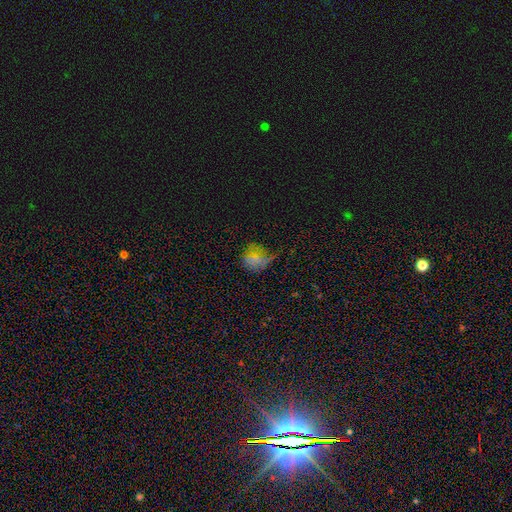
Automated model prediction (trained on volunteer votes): smooth_or_featured: smooth (p=0.51) [alt: star or artifact p=0.37]
how_rounded: round (p=0.81) [alt: in between p=0.18]
merging: none (p=0.64) [alt: minor disturbance p=0.21]